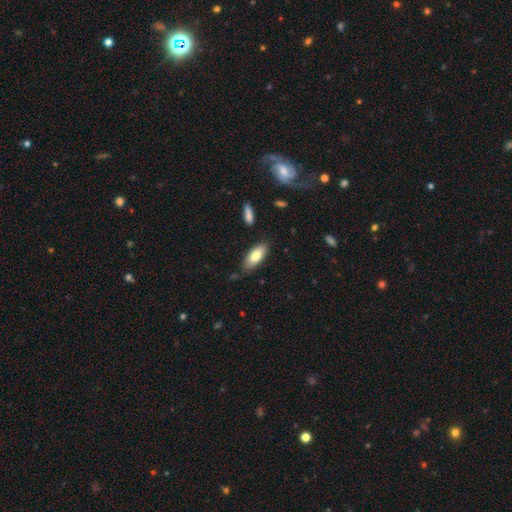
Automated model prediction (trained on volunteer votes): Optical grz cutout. It shows a smooth galaxy with no disk features (79%) that is in between round and cigar-shaped (80%). Merging: none (83%).